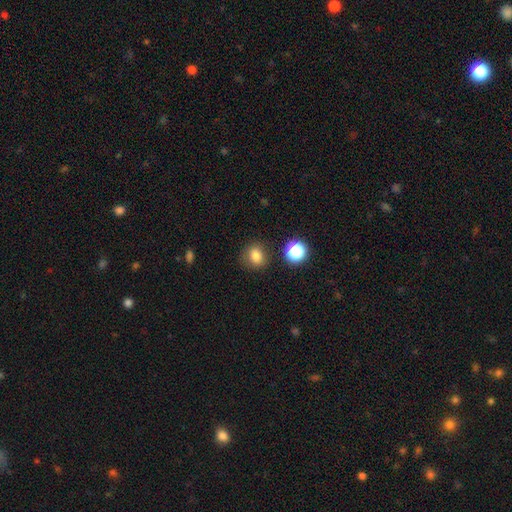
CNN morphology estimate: type=smooth (81%); roundness=round (62%); merging=none (80%).